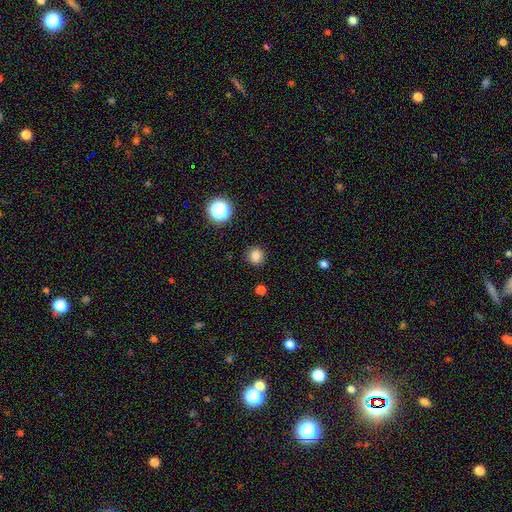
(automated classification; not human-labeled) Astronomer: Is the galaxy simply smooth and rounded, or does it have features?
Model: smooth — 83%.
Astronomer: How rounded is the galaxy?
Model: round — 87%.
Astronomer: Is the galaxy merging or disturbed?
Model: none — 88%.